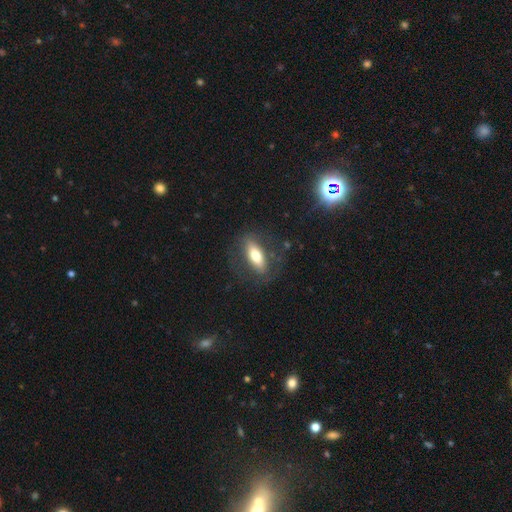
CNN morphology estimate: smooth_or_featured: smooth (p=0.61) [alt: featured or disk p=0.32]
how_rounded: in between (p=0.65) [alt: cigar-shaped p=0.31]
merging: none (p=0.76) [alt: minor disturbance p=0.14]